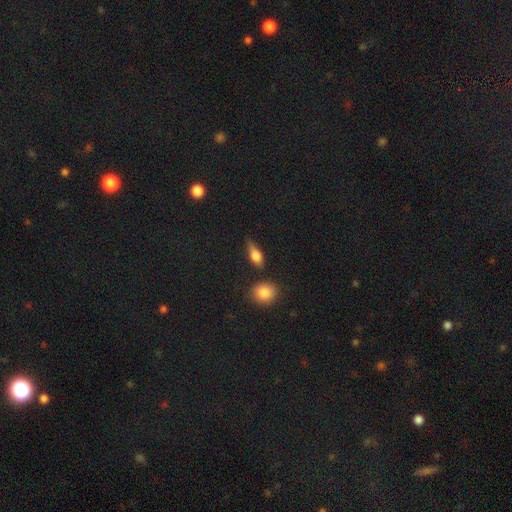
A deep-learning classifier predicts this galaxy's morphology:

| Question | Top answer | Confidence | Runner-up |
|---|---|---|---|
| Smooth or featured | smooth | 70% | featured or disk (21%) |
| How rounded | in between | 67% | cigar-shaped (20%) |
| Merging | none | 55% | minor disturbance (29%) |